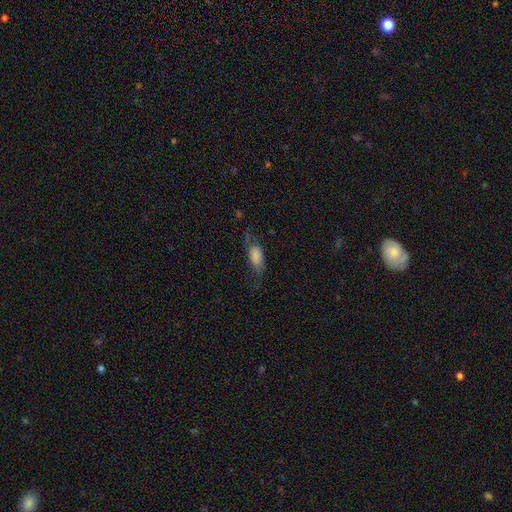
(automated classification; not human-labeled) Overall: smooth (71%). How rounded: in between (82%). Merging: none (51%; minor disturbance 27%).